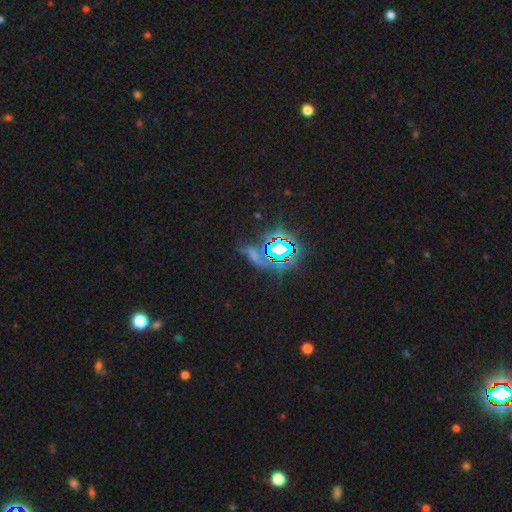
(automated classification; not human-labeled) Morphology: type=star or artifact (63%).